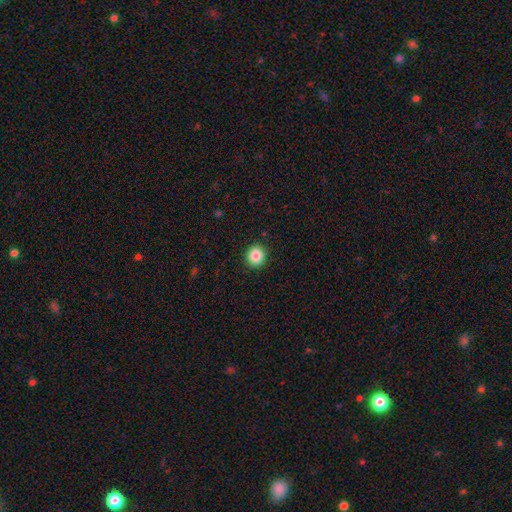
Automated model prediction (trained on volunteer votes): Smooth or featured? smooth (86%)
How rounded? round (88%)
Merging? none (92%)